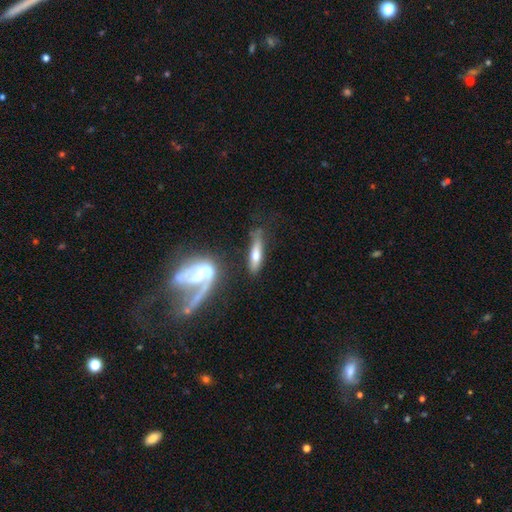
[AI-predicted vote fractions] smooth-or-featured: smooth: 47% | featured or disk: 46% | star or artifact: 7%
  merging: none: 58% | minor disturbance: 21% | merger: 12% | major disturbance: 9%